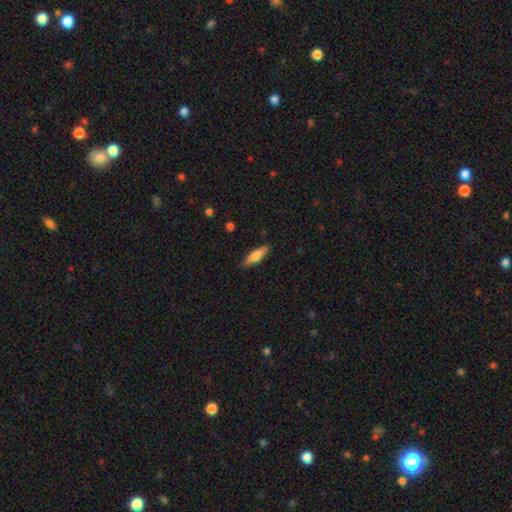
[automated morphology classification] smooth-or-featured: smooth: 66% | featured or disk: 28% | star or artifact: 6%
  how-rounded: cigar-shaped: 65% | in between: 33% | round: 2%
  merging: none: 88% | minor disturbance: 9% | major disturbance: 2% | merger: 1%